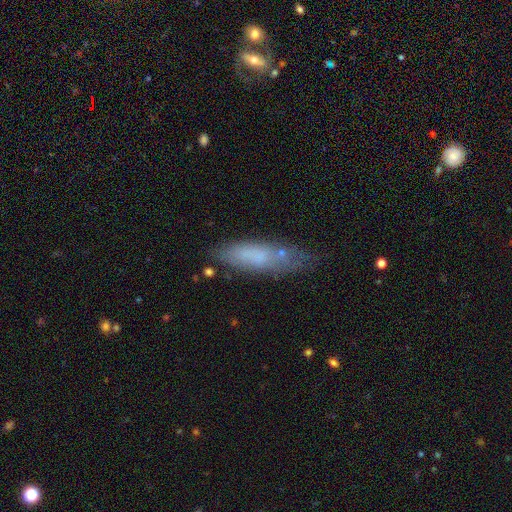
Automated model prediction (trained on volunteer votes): Smooth or featured? smooth (69%)
How rounded? cigar-shaped (58%)
Merging? none (65%)